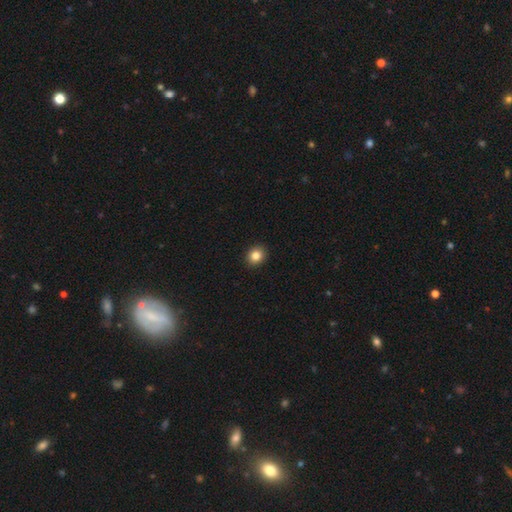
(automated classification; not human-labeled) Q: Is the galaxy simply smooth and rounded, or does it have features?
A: smooth — 84%.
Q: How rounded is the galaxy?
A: round — 75%.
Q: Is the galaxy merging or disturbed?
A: none — 92%.